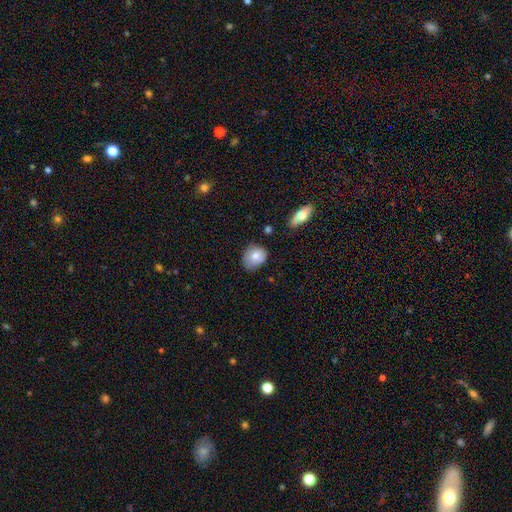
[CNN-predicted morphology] smooth 74%, featured or disk 19%, star or artifact 8%. Down the decision tree: how rounded — round (55%); merging — none (62%).